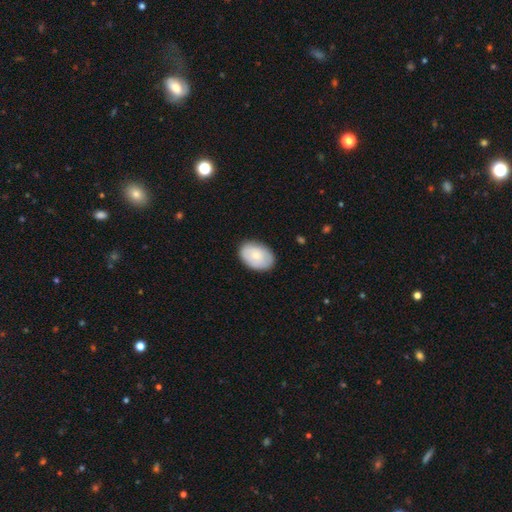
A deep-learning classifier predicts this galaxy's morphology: Smooth or featured: smooth — 70% (featured or disk — 24%)
How rounded: in between — 85% (round — 14%)
Merging: none — 84% (minor disturbance — 13%)